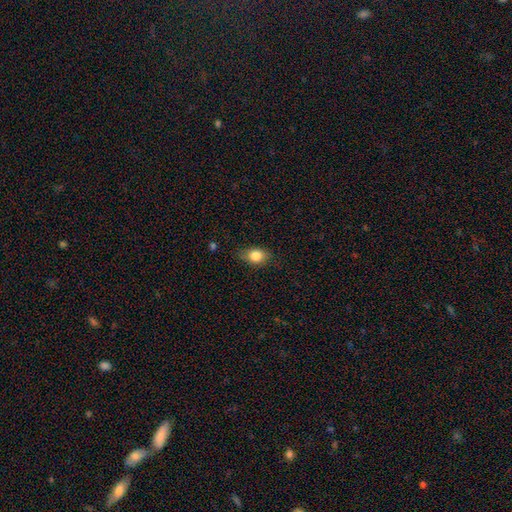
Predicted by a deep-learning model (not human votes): smooth_or_featured: smooth (p=0.82) [alt: featured or disk p=0.09]
how_rounded: in between (p=0.71) [alt: round p=0.26]
merging: none (p=0.77) [alt: minor disturbance p=0.18]